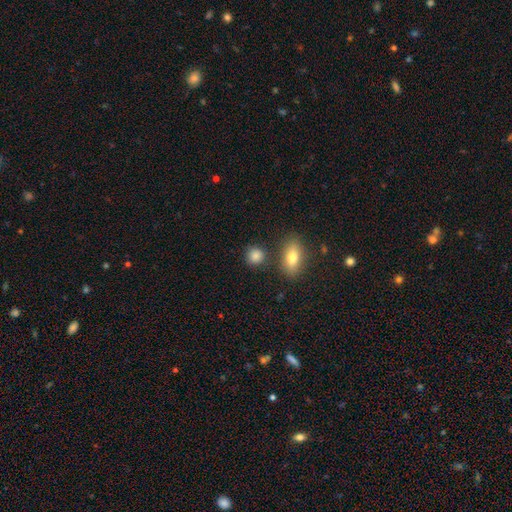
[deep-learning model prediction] smooth 85%, star or artifact 9%, featured or disk 6%. Down the decision tree: how rounded — round (78%); merging — none (79%).